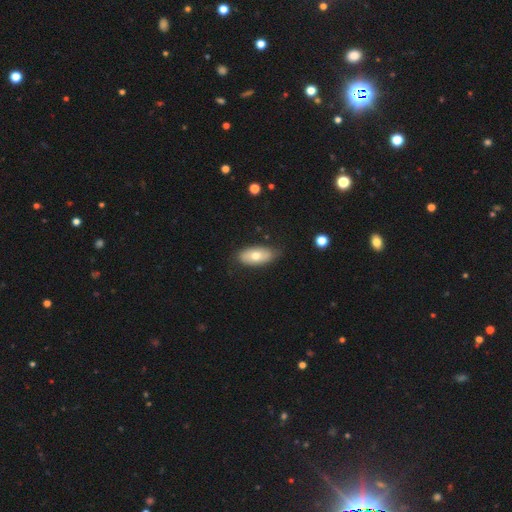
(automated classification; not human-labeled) smooth 67%, featured or disk 27%, star or artifact 6%. Down the decision tree: how rounded — in between (91%); merging — none (78%).